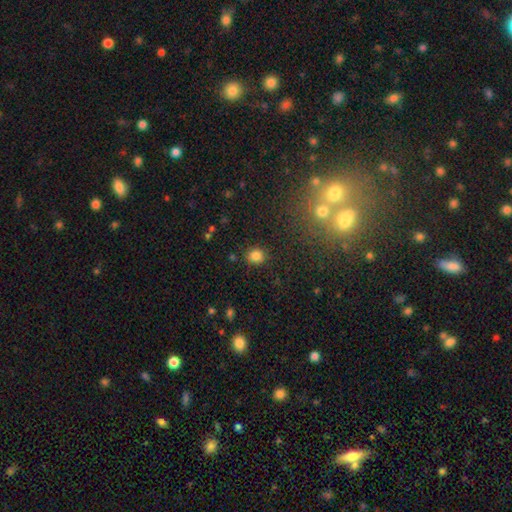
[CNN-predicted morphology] This is clearly a smooth galaxy (83%). How rounded: likely round (80%). Merging: clearly none (86%).